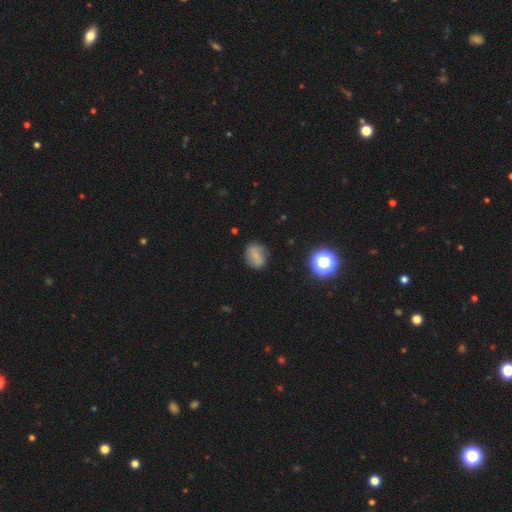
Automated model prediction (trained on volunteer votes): Smooth or featured? Predicted: smooth (p=0.67). How rounded? Predicted: in between (p=0.56). Merging? Predicted: none (p=0.79).